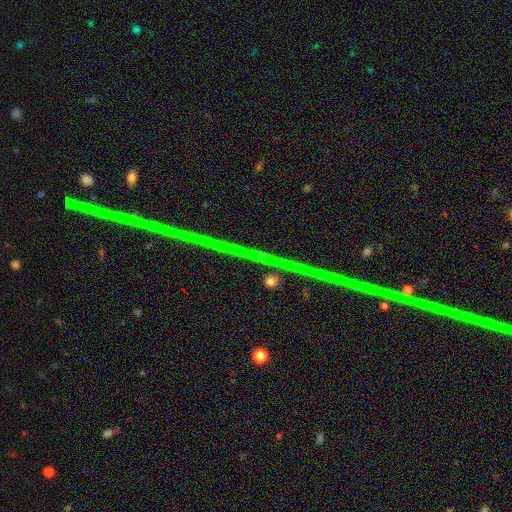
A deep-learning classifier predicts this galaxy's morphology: Overall: star or artifact (88%).